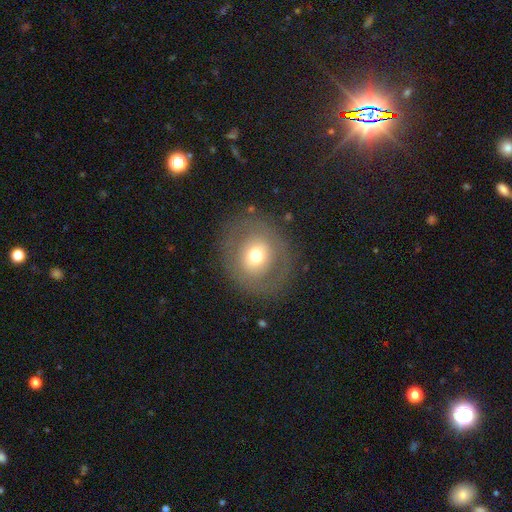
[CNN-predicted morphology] A smooth galaxy with no disk features (58%) that is round (75%).

Vote fractions:
- Smooth or featured? smooth: 58% / featured or disk: 32% / star or artifact: 10%
- How rounded? round: 75% / in between: 24% / cigar-shaped: 1%
- Merging? none: 82% / minor disturbance: 10% / major disturbance: 7% / merger: 1%